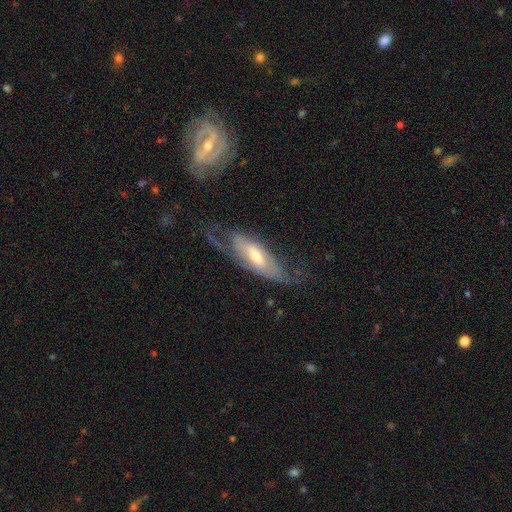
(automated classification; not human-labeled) Smooth or featured: featured or disk — 69% (smooth — 24%)
Edge-on disk: no — 77% (yes — 23%)
Bar: no — 43% (weak — 38%)
Spiral arms: yes — 76% (no — 24%)
Bulge size: moderate — 57% (small — 35%)
Merging: none — 48% (major disturbance — 25%)